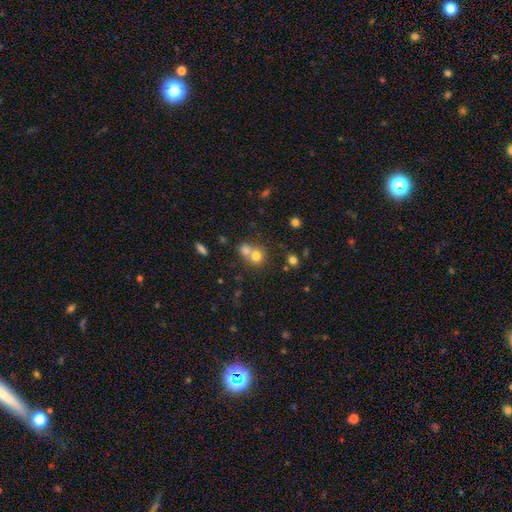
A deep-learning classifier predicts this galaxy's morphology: Smooth or featured?
  - smooth: 73% *
  - star or artifact: 14%
  - featured or disk: 13%
How rounded?
  - round: 79% *
  - in between: 20%
  - cigar-shaped: 1%
Merging?
  - merger: 57% *
  - none: 34%
  - minor disturbance: 6%
  - major disturbance: 3%